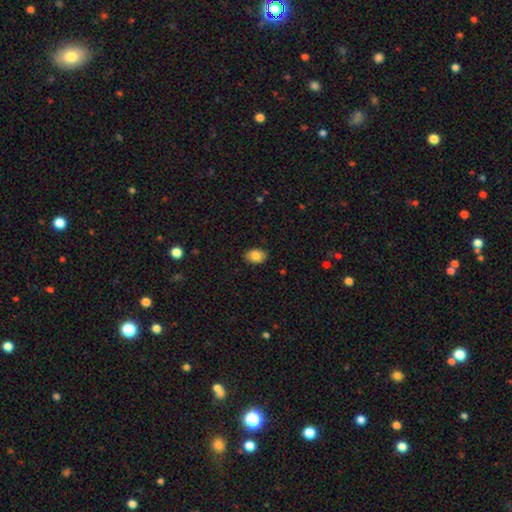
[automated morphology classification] Smooth or featured? Predicted: smooth (p=0.83). How rounded? Predicted: in between (p=0.85). Merging? Predicted: none (p=0.87).